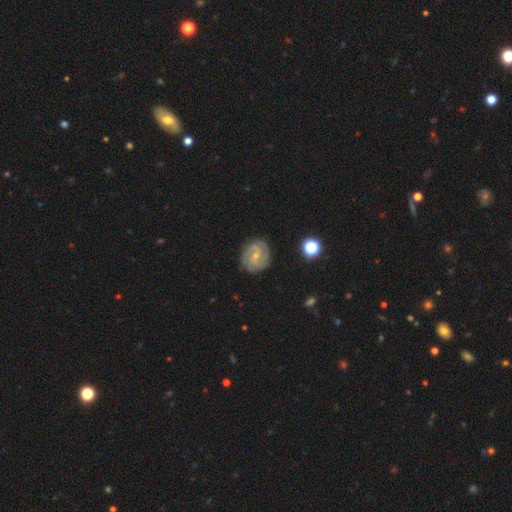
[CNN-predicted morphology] smooth_or_featured: featured or disk (p=0.84) [alt: smooth p=0.10]
disk_edge_on: no (p=0.98) [alt: yes p=0.02]
bar: weak (p=0.47) [alt: no p=0.41]
has_spiral_arms: yes (p=0.97) [alt: no p=0.03]
spiral_winding: tight (p=0.58) [alt: medium p=0.35]
spiral_arm_count: 2 (p=0.54) [alt: 3 p=0.21]
bulge_size: small (p=0.68) [alt: moderate p=0.28]
merging: none (p=0.83) [alt: minor disturbance p=0.13]